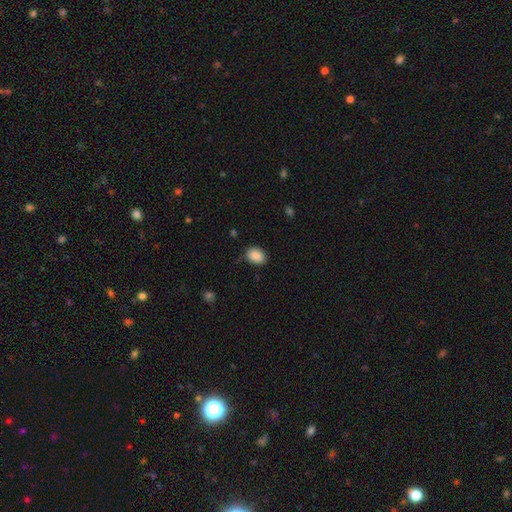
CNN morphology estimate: Smooth or featured? Predicted: smooth (p=0.89). How rounded? Predicted: in between (p=0.74). Merging? Predicted: none (p=0.78).